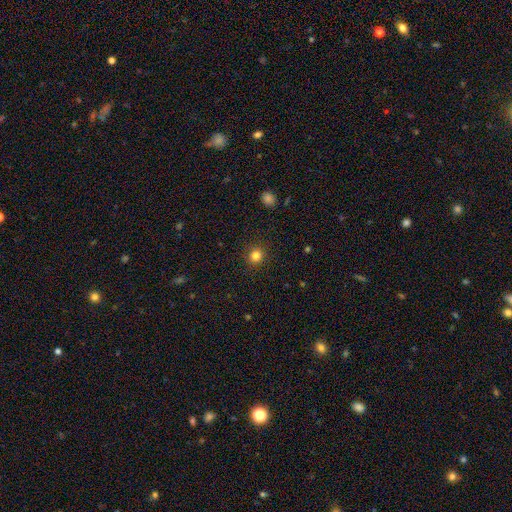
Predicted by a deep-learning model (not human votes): smooth-or-featured: smooth: 82% | star or artifact: 13% | featured or disk: 5%
  how-rounded: round: 91% | in between: 8% | cigar-shaped: 1%
  merging: none: 92% | minor disturbance: 5% | major disturbance: 2% | merger: 1%